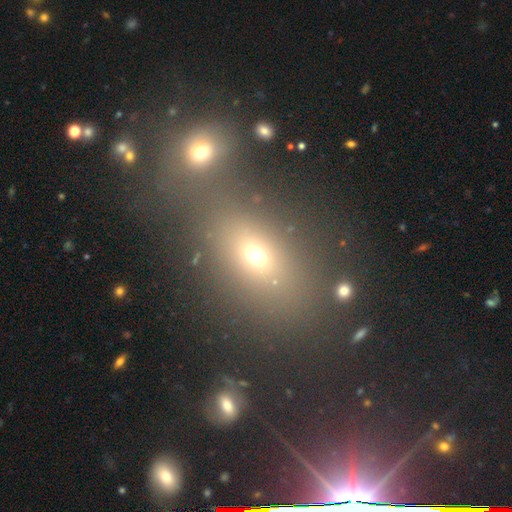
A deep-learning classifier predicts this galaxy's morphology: Smooth or featured? Predicted: smooth (p=0.60). How rounded? Predicted: in between (p=0.65). Merging? Predicted: none (p=0.57).